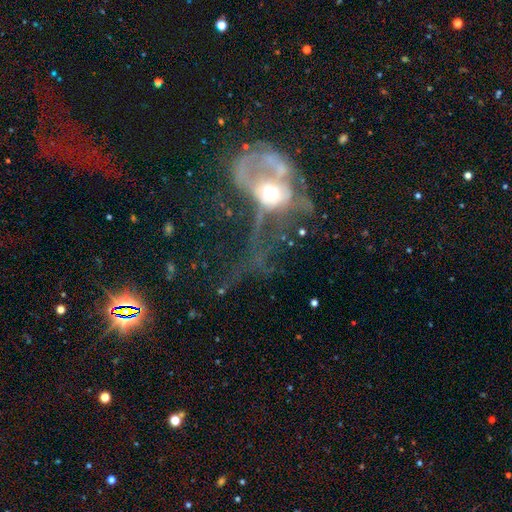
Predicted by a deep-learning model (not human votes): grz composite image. It shows a featured or disk galaxy (60%) with no bar (80%), no spiral arms (70%) and a moderate central bulge (64%). Merging: major disturbance (57%).